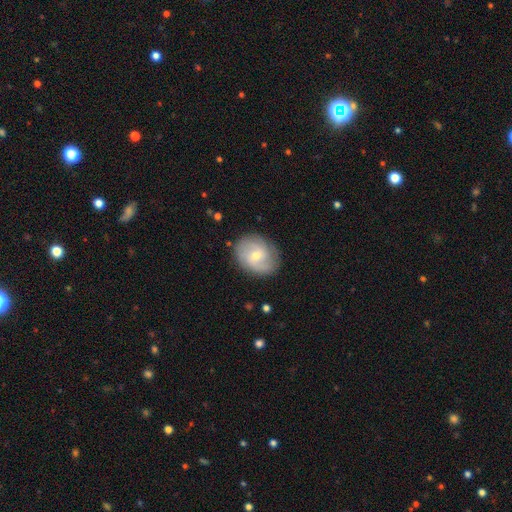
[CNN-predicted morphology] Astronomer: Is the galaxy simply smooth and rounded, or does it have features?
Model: featured or disk — 63%.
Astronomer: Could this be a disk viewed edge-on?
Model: no — 97%.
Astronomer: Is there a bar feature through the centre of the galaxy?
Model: no — 53% (runner-up: weak, 41%).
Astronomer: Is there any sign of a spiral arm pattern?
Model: yes — 88%.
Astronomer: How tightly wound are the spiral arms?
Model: medium — 44% (runner-up: tight, 30%).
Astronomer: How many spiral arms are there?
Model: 2 — 59%.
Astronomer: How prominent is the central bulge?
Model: small — 52% (runner-up: moderate, 44%).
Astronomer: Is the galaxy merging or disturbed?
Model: none — 81%.